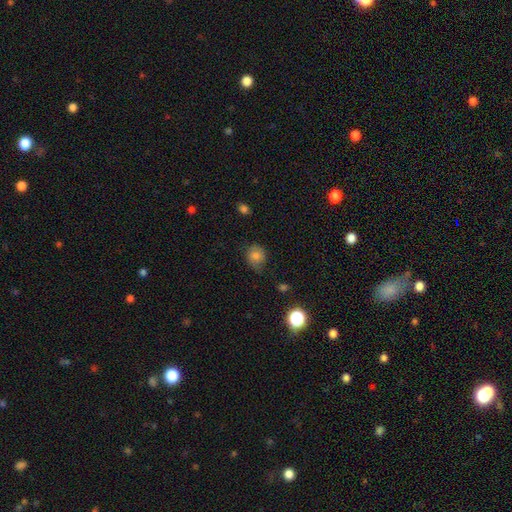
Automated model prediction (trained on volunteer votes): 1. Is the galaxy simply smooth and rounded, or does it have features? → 78% smooth, 11% star or artifact, 11% featured or disk.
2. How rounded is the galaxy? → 73% round, 26% in between, 1% cigar-shaped.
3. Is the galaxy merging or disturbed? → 64% none, 27% minor disturbance, 8% major disturbance, 2% merger.